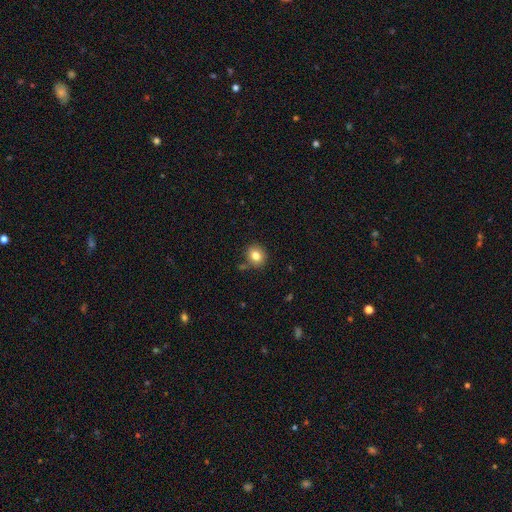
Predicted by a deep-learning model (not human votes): smooth 81%, star or artifact 10%, featured or disk 8%. Down the decision tree: how rounded — round (74%); merging — none (82%).